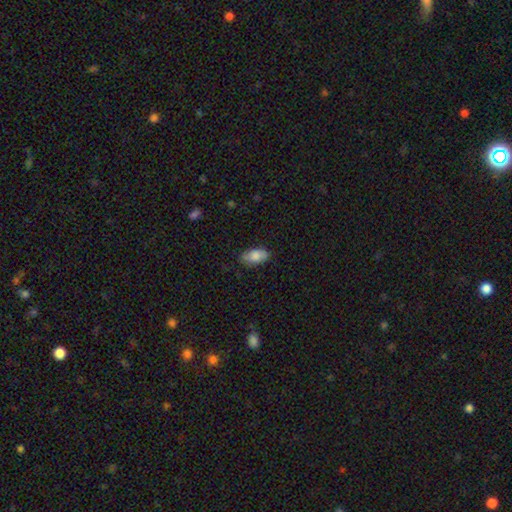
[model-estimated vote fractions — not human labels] smooth-or-featured: smooth: 83% | featured or disk: 10% | star or artifact: 7%
  how-rounded: in between: 93% | cigar-shaped: 4% | round: 4%
  merging: none: 79% | minor disturbance: 17% | major disturbance: 3% | merger: 1%